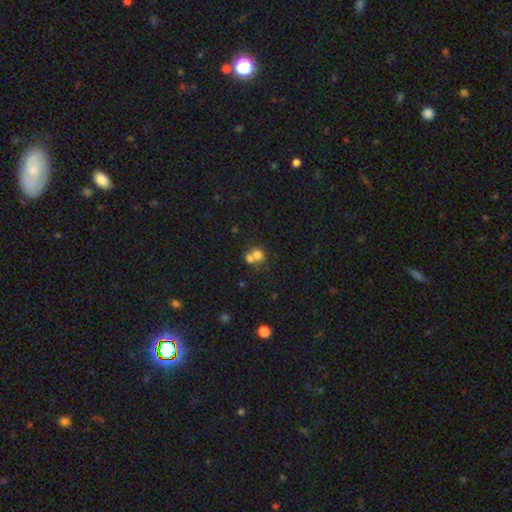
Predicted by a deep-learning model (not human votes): Morphology: type=smooth (71%); roundness=round (73%); merging=merger (58%).